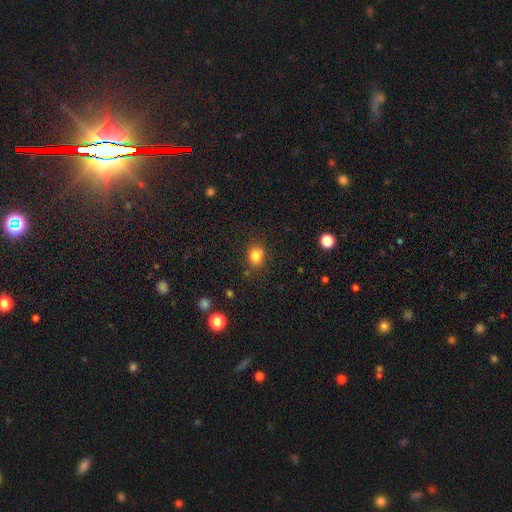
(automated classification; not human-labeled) Overall: smooth (82%). How rounded: round (59%; in between 40%). Merging: none (81%).